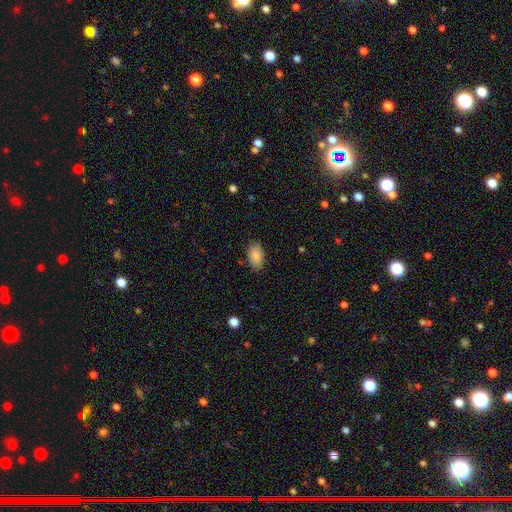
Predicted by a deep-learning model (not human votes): This is clearly a smooth galaxy (87%). How rounded: clearly in between (94%). Merging: clearly none (83%).